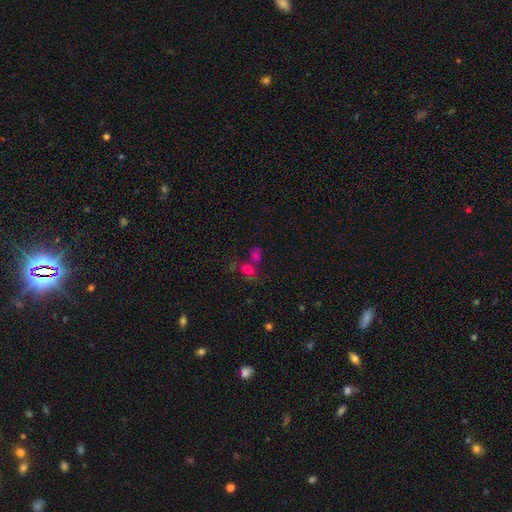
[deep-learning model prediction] Smooth or featured: smooth — 67% (star or artifact — 23%)
How rounded: in between — 58% (round — 39%)
Merging: none — 44% (merger — 36%)